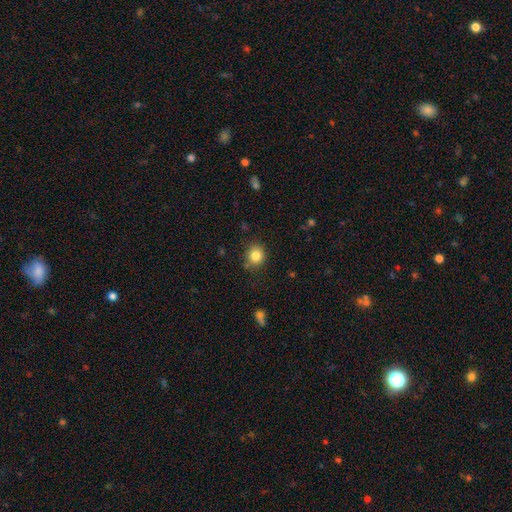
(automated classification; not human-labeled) Morphology: type=smooth (83%); roundness=round (83%); merging=none (81%).